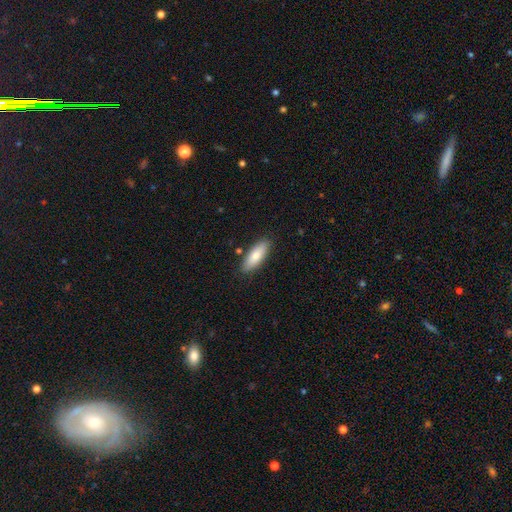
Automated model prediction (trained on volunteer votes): A smooth galaxy with no disk features (78%) that is in between round and cigar-shaped (66%). Merging: none (86%).